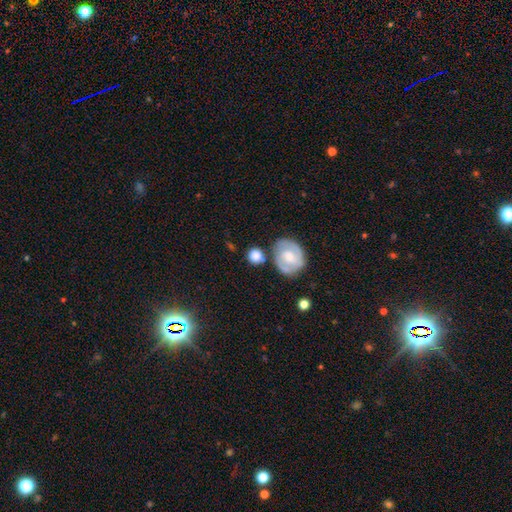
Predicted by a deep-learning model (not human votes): A smooth galaxy with no disk features (75%) that is round (83%).

Vote fractions:
- Smooth or featured? smooth: 75% / featured or disk: 19% / star or artifact: 7%
- How rounded? round: 83% / in between: 15% / cigar-shaped: 2%
- Merging? none: 66% / minor disturbance: 15% / merger: 14% / major disturbance: 5%